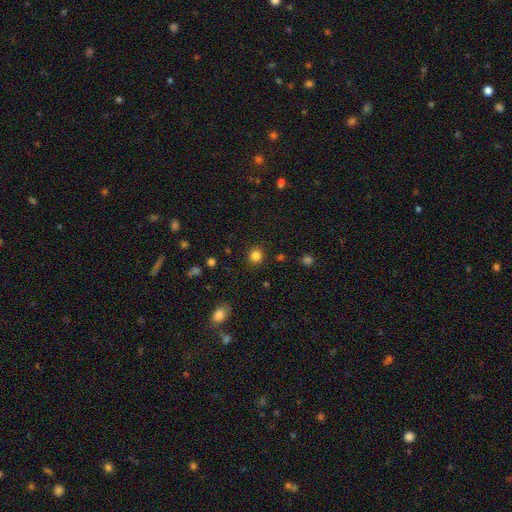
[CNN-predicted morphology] Smooth or featured: smooth — 84% (star or artifact — 12%)
How rounded: round — 82% (in between — 17%)
Merging: none — 89% (minor disturbance — 7%)